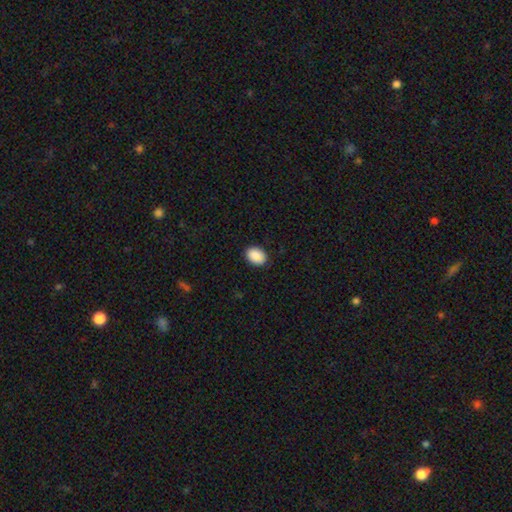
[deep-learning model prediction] Smooth or featured? Predicted: smooth (p=0.90). How rounded? Predicted: in between (p=0.78). Merging? Predicted: none (p=0.88).